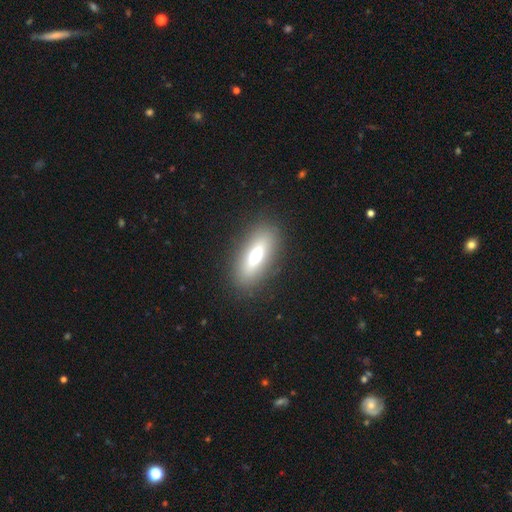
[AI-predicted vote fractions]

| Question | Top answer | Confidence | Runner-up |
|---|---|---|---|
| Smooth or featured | smooth | 61% | featured or disk (30%) |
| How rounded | in between | 66% | cigar-shaped (30%) |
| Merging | none | 88% | minor disturbance (8%) |